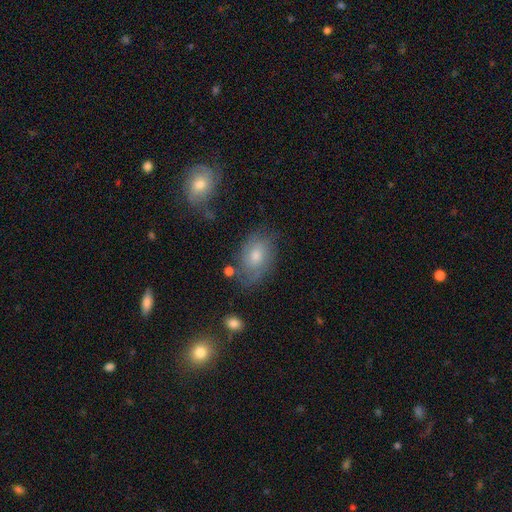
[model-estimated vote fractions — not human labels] The model was most divided on "smooth or featured": featured or disk: 45%, smooth: 42%, star or artifact: 13%. More confident: merging — none (65%).